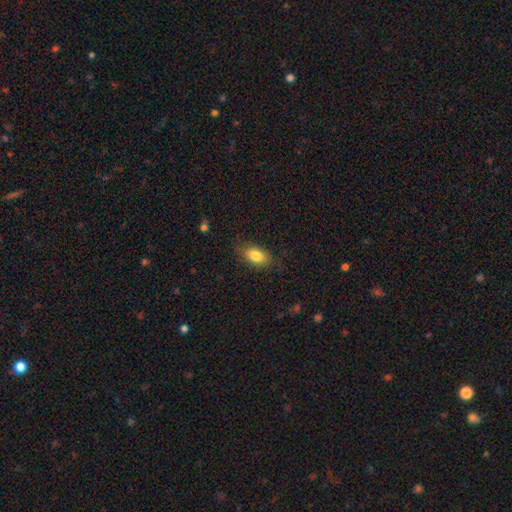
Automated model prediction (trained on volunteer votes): Smooth or featured?
  - smooth: 82% *
  - featured or disk: 10%
  - star or artifact: 8%
How rounded?
  - in between: 87% *
  - round: 8%
  - cigar-shaped: 4%
Merging?
  - none: 80% *
  - minor disturbance: 15%
  - major disturbance: 4%
  - merger: 1%